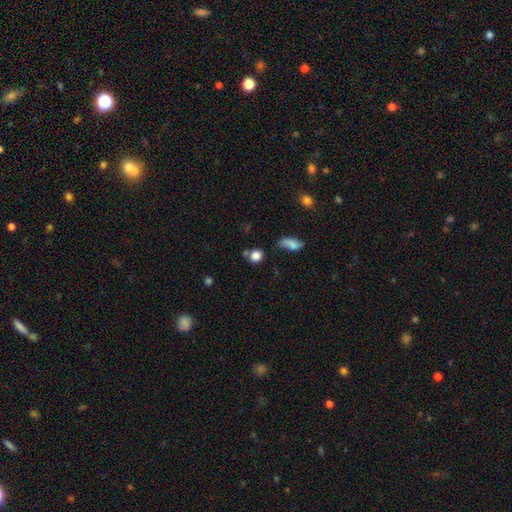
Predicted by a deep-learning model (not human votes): This appears to be a smooth galaxy with no disk features (82%) that is round (75%). Merging: none (64%).